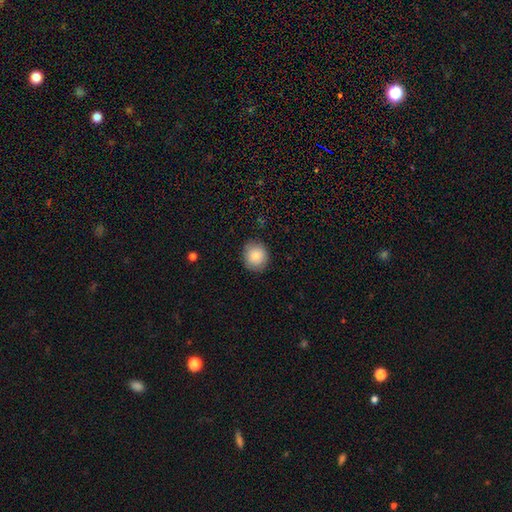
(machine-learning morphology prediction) Smooth or featured? smooth (81%)
How rounded? round (86%)
Merging? none (87%)